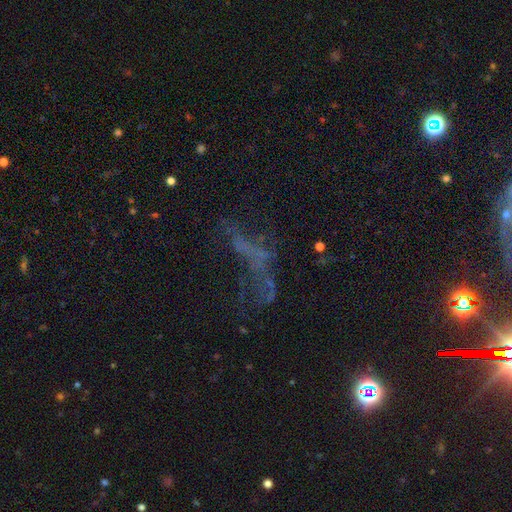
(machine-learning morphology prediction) Smooth or featured?
  - featured or disk: 41% *
  - star or artifact: 38%
  - smooth: 21%
Merging?
  - none: 42% *
  - major disturbance: 36%
  - minor disturbance: 13%
  - merger: 9%